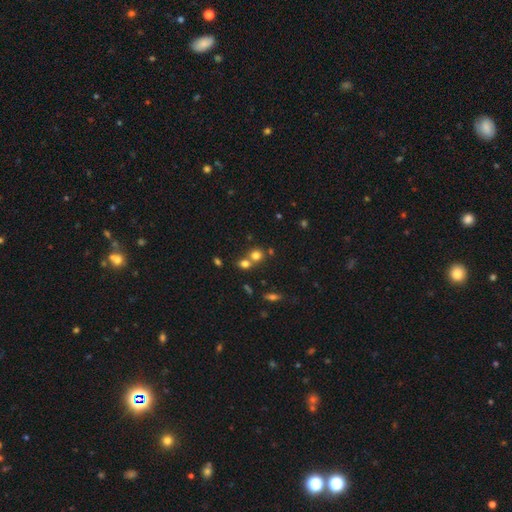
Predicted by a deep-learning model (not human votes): A smooth galaxy with no disk features (75%) that is round (84%).

Vote fractions:
- Smooth or featured? smooth: 75% / star or artifact: 16% / featured or disk: 10%
- How rounded? round: 84% / in between: 15% / cigar-shaped: 1%
- Merging? none: 51% / merger: 40% / minor disturbance: 7% / major disturbance: 3%